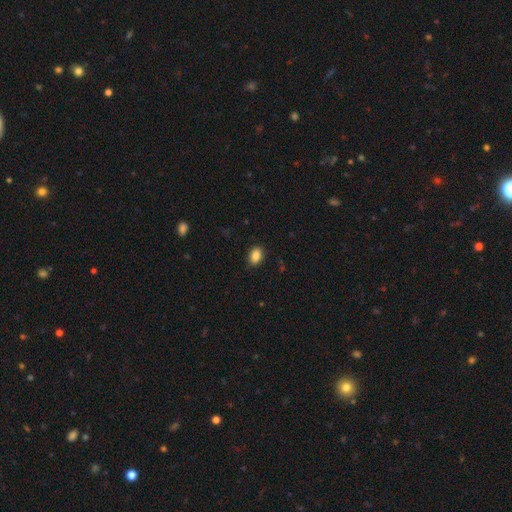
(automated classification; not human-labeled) A smooth galaxy with no disk features (86%) that is in between round and cigar-shaped (79%).

Vote fractions:
- Smooth or featured? smooth: 86% / star or artifact: 9% / featured or disk: 5%
- How rounded? in between: 79% / round: 19% / cigar-shaped: 1%
- Merging? none: 86% / minor disturbance: 10% / major disturbance: 2% / merger: 1%